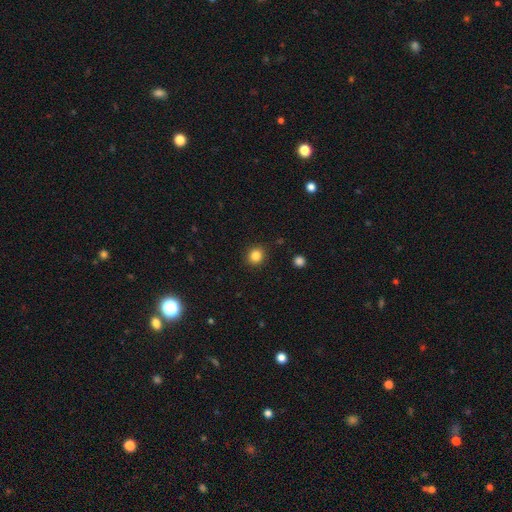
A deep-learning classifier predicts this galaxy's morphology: Overall: smooth (84%). How rounded: round (85%). Merging: none (90%).